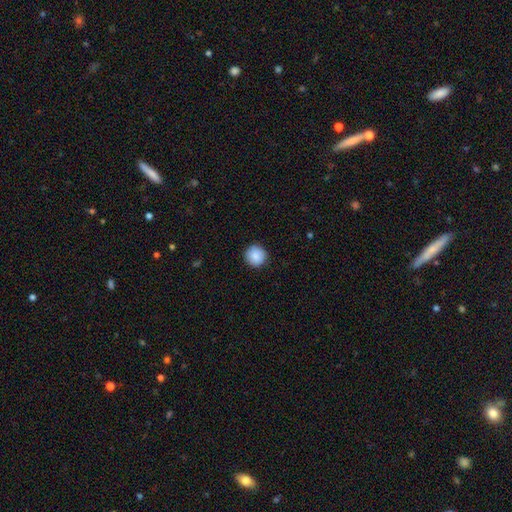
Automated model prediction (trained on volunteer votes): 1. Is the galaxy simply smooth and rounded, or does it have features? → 88% smooth, 8% star or artifact, 5% featured or disk.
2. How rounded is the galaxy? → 95% round, 4% in between, 1% cigar-shaped.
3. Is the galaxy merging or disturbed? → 91% none, 6% minor disturbance, 2% major disturbance, 1% merger.